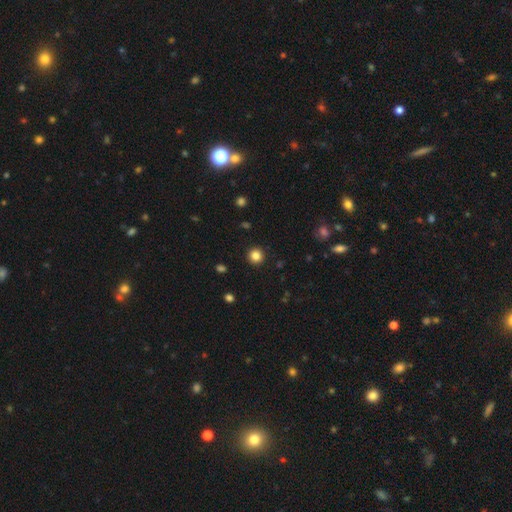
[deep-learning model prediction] Smooth or featured? Predicted: smooth (p=0.84). How rounded? Predicted: round (p=0.95). Merging? Predicted: none (p=0.92).